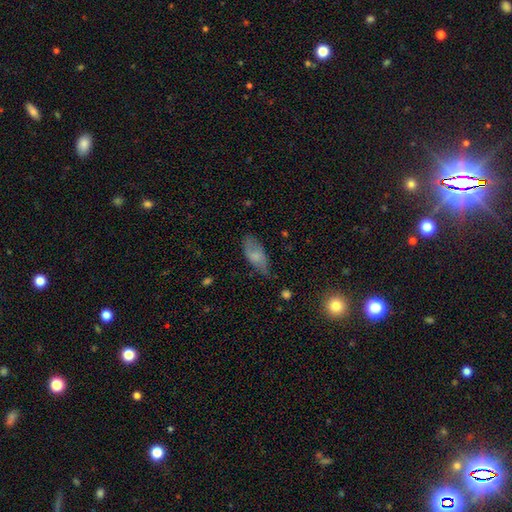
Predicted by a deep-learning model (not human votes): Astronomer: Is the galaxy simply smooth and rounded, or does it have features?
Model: smooth — 69%.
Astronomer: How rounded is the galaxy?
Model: in between — 84%.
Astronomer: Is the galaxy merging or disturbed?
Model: none — 60%.